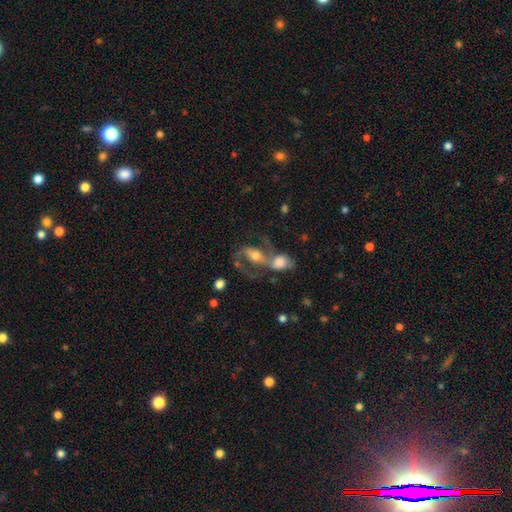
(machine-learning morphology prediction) featured or disk 73%, smooth 18%, star or artifact 9%. Down the decision tree: edge-on disk — no (95%); bar — no (38%); spiral arms — yes (90%); spiral arm count — 2 (83%); spiral winding — medium (47%); bulge size — moderate (61%); merging — merger (63%).